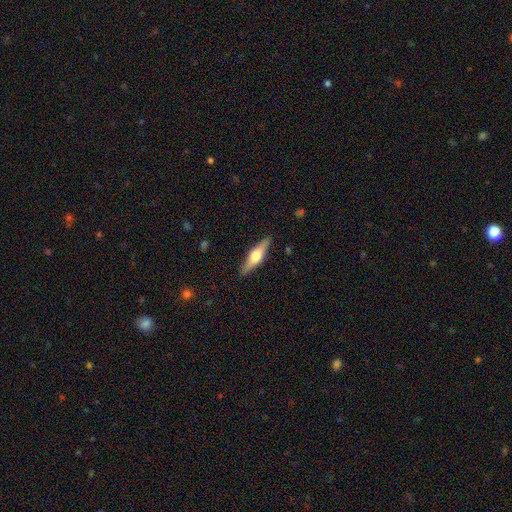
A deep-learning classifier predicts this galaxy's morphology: This is possibly a featured or disk galaxy (58%). It is clearly viewed edge-on (95%). Edge-on bulge: clearly rounded (93%). Merging: clearly none (89%).